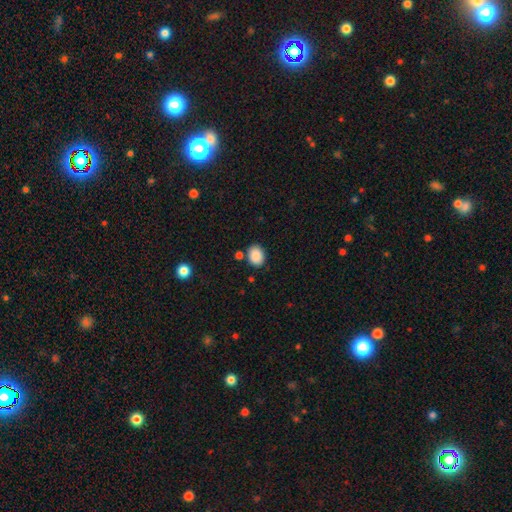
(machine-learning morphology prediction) Smooth or featured?
  - smooth: 88% *
  - star or artifact: 8%
  - featured or disk: 4%
How rounded?
  - in between: 58% *
  - round: 41%
  - cigar-shaped: 1%
Merging?
  - none: 79% *
  - minor disturbance: 11%
  - merger: 7%
  - major disturbance: 3%